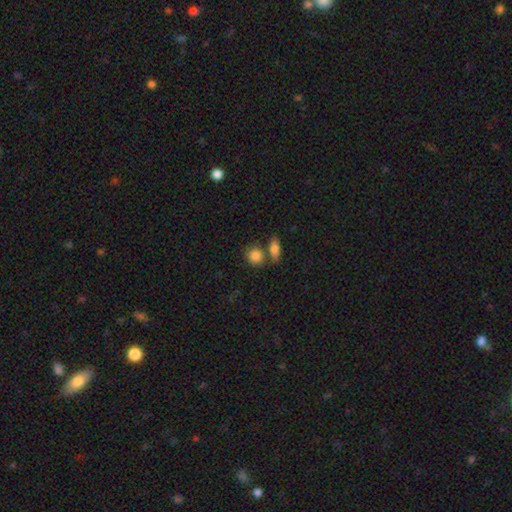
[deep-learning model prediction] This appears to be a smooth galaxy with no disk features (85%) that is round (70%). Merging: none (58%).